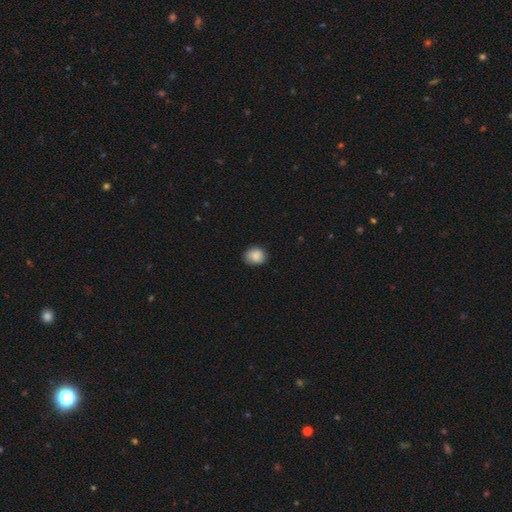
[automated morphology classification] A smooth galaxy with no disk features (87%) that is round (52%). Merging: none (81%).